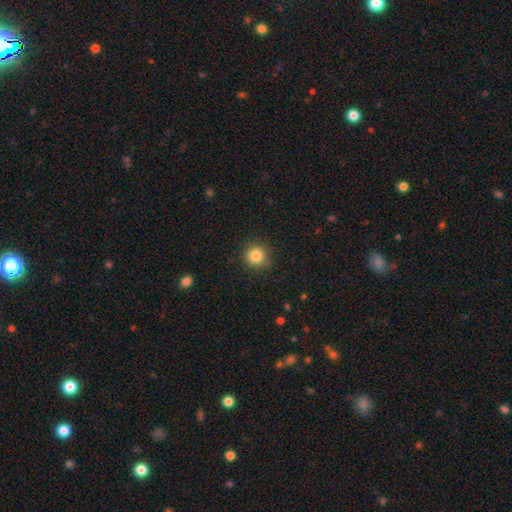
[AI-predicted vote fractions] Smooth or featured? smooth (85%)
How rounded? round (93%)
Merging? none (88%)